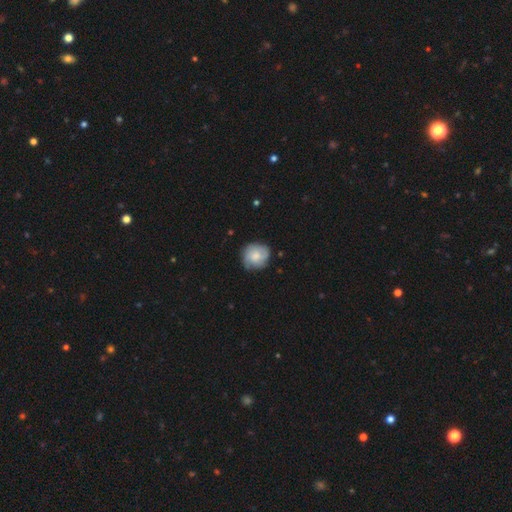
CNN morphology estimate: A smooth galaxy with no disk features (55%) that is round (83%).

Vote fractions:
- Smooth or featured? smooth: 55% / featured or disk: 38% / star or artifact: 7%
- How rounded? round: 83% / in between: 16% / cigar-shaped: 1%
- Merging? none: 74% / minor disturbance: 20% / major disturbance: 5% / merger: 1%